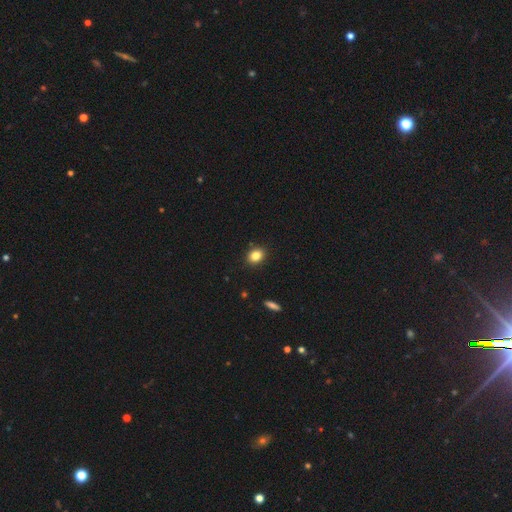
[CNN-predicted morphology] Smooth or featured? Predicted: smooth (p=0.83). How rounded? Predicted: round (p=0.50). Merging? Predicted: none (p=0.89).